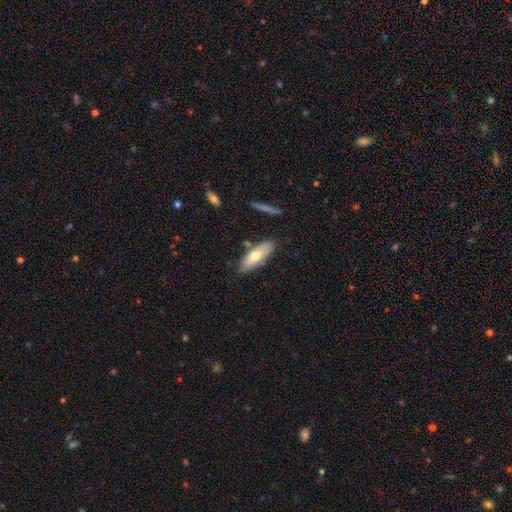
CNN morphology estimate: The model was most divided on "smooth or featured": smooth: 64%, featured or disk: 29%, star or artifact: 6%. More confident: merging — none (78%); how rounded — in between (67%).